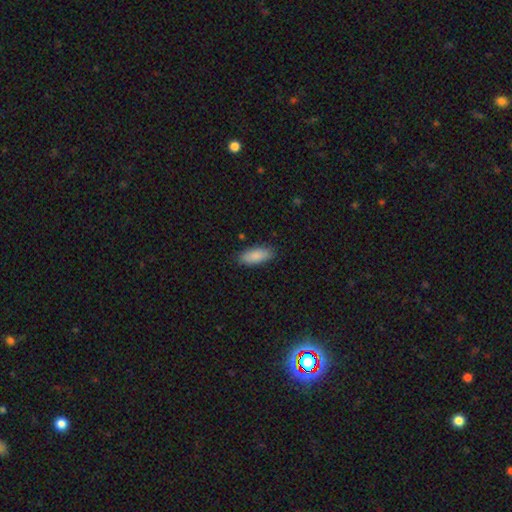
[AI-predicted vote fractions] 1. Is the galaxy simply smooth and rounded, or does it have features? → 87% smooth, 6% star or artifact, 6% featured or disk.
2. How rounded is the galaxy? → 80% in between, 18% cigar-shaped, 2% round.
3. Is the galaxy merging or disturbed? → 87% none, 10% minor disturbance, 2% major disturbance, 1% merger.